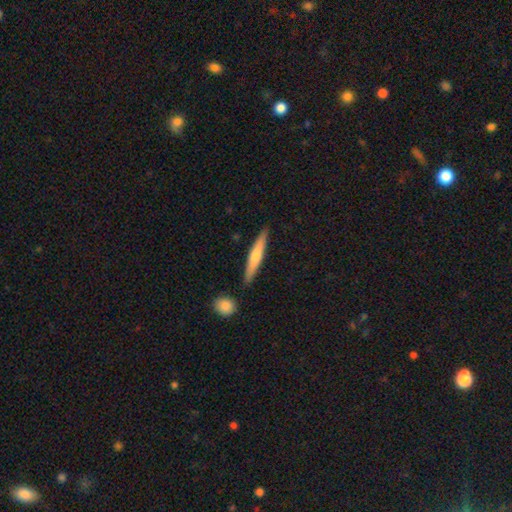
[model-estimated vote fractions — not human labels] Q: Smooth or featured?
A: smooth (52%); runner-up: featured or disk (43%)
Q: How rounded?
A: cigar-shaped (92%); runner-up: in between (6%)
Q: Merging?
A: none (87%); runner-up: minor disturbance (8%)